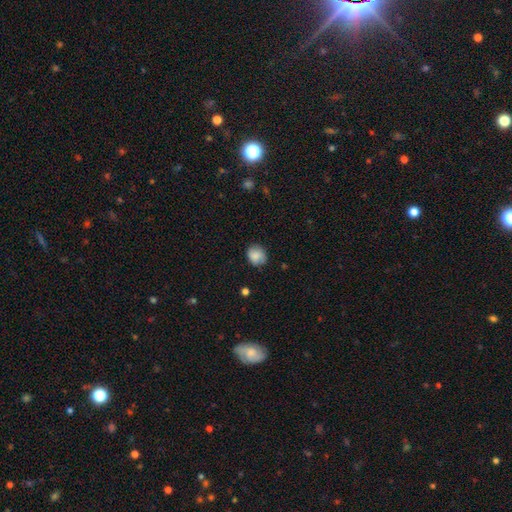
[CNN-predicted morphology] Smooth or featured: smooth — 83% (featured or disk — 9%)
How rounded: round — 73% (in between — 26%)
Merging: none — 78% (minor disturbance — 18%)